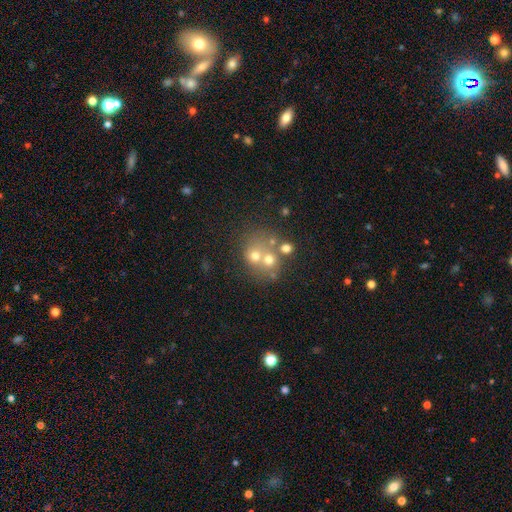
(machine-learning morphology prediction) Smooth or featured? smooth (49%)
Merging? merger (45%)